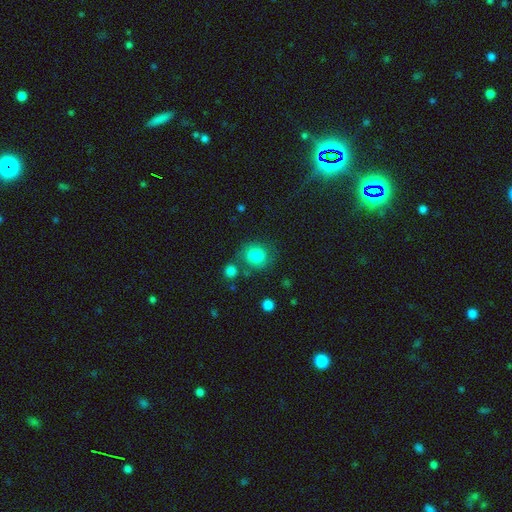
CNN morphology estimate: smooth_or_featured: smooth (p=0.79) [alt: star or artifact p=0.10]
how_rounded: round (p=0.79) [alt: in between p=0.20]
merging: none (p=0.68) [alt: minor disturbance p=0.15]